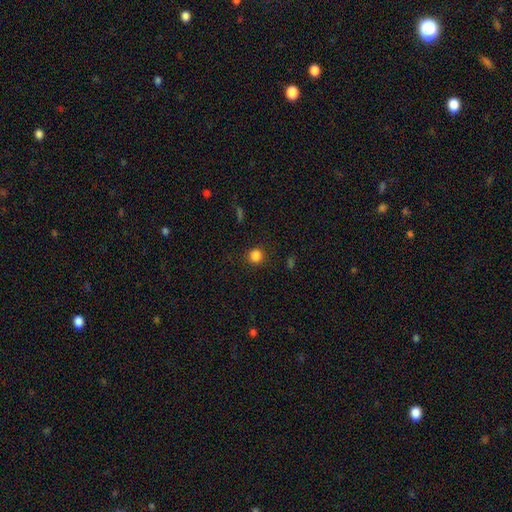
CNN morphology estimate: smooth 85%, star or artifact 12%, featured or disk 3%. Down the decision tree: how rounded — round (91%); merging — none (89%).